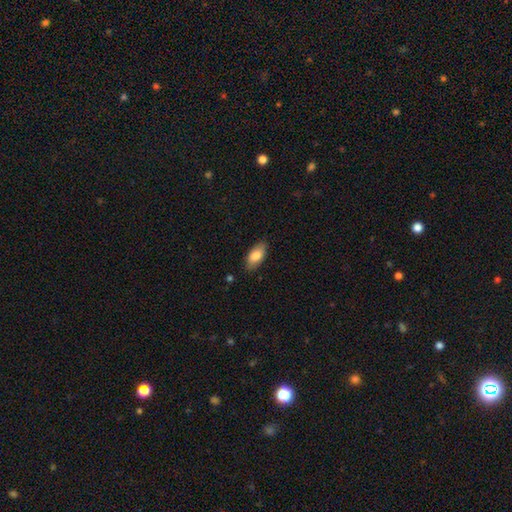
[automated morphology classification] Smooth or featured? smooth (84%)
How rounded? in between (90%)
Merging? none (85%)